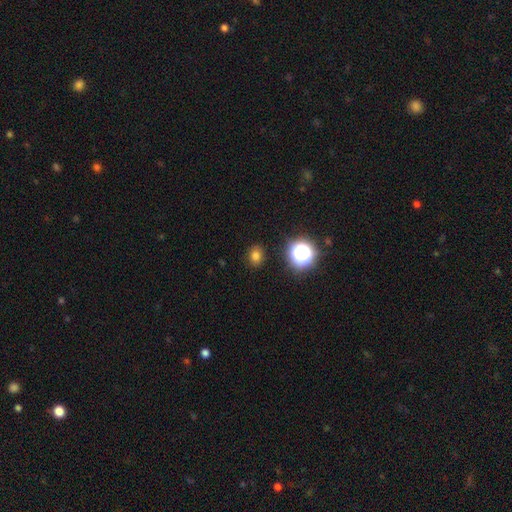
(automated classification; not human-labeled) Q: Smooth or featured?
A: smooth (76%); runner-up: star or artifact (19%)
Q: How rounded?
A: round (63%); runner-up: in between (36%)
Q: Merging?
A: none (88%); runner-up: minor disturbance (8%)